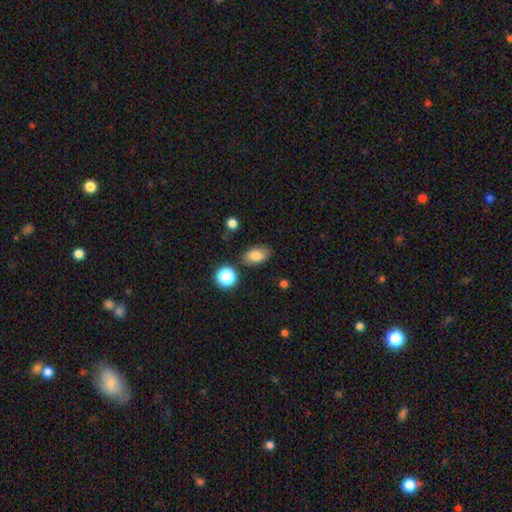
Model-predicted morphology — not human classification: smooth-or-featured: smooth: 81% | star or artifact: 11% | featured or disk: 8%
  how-rounded: in between: 87% | round: 11% | cigar-shaped: 2%
  merging: none: 81% | minor disturbance: 13% | merger: 4% | major disturbance: 3%